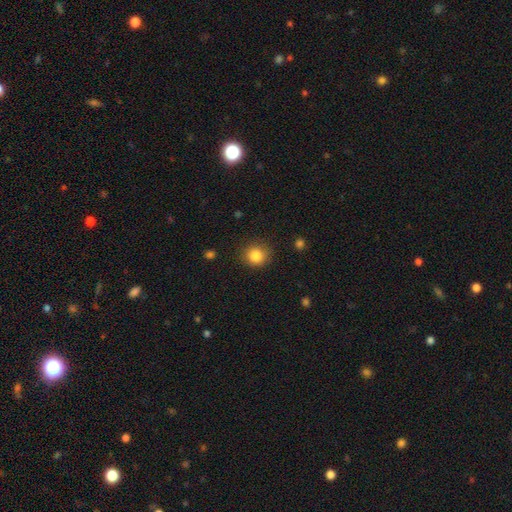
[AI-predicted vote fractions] A smooth galaxy with no disk features (85%) that is round (89%).

Vote fractions:
- Smooth or featured? smooth: 85% / star or artifact: 10% / featured or disk: 5%
- How rounded? round: 89% / in between: 10% / cigar-shaped: 1%
- Merging? none: 88% / minor disturbance: 8% / major disturbance: 3% / merger: 1%